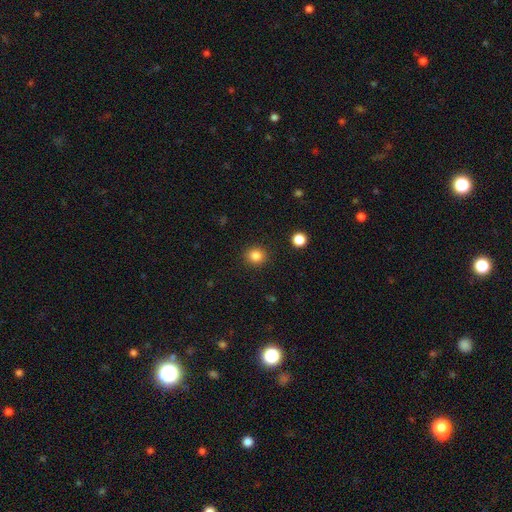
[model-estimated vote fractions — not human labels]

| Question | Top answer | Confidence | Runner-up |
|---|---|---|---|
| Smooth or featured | smooth | 84% | star or artifact (12%) |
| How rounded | round | 87% | in between (12%) |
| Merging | none | 91% | minor disturbance (6%) |